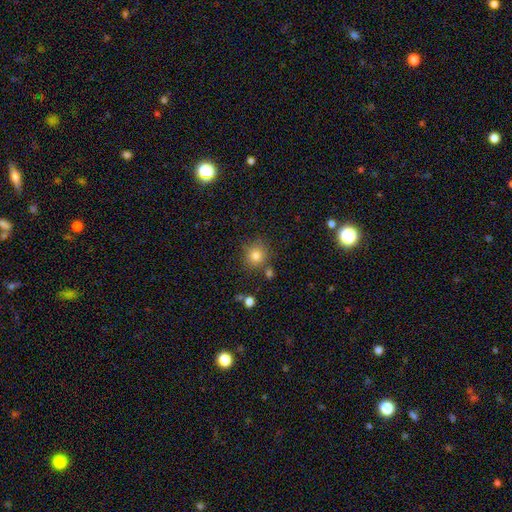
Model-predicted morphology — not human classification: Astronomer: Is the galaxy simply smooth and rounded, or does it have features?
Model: smooth — 82%.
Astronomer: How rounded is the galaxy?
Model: round — 90%.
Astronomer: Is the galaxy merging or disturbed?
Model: none — 77%.